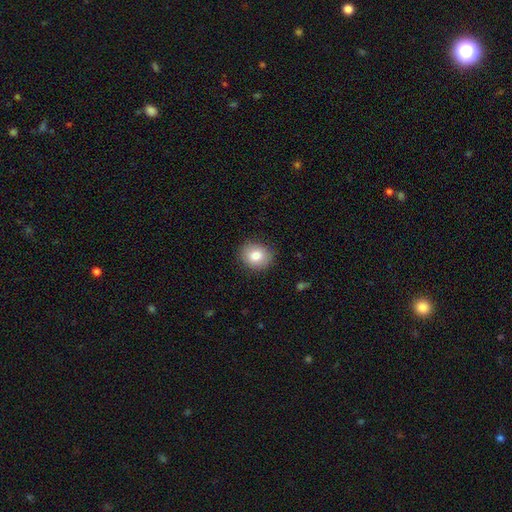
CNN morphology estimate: This is clearly a smooth galaxy (81%). How rounded: likely round (73%). Merging: clearly none (87%).